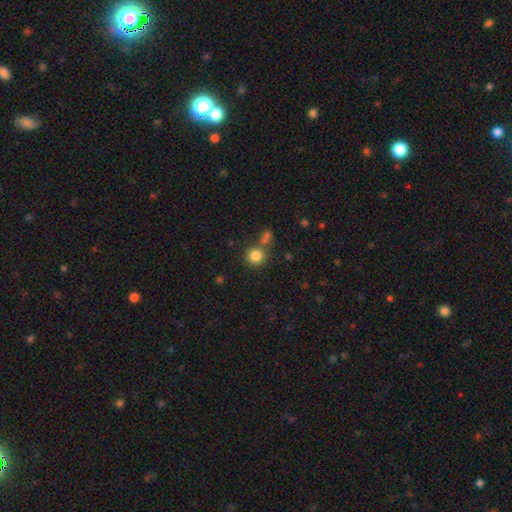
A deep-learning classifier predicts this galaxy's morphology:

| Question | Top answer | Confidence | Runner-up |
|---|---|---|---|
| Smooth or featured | smooth | 83% | star or artifact (11%) |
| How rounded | round | 90% | in between (9%) |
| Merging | none | 69% | merger (18%) |